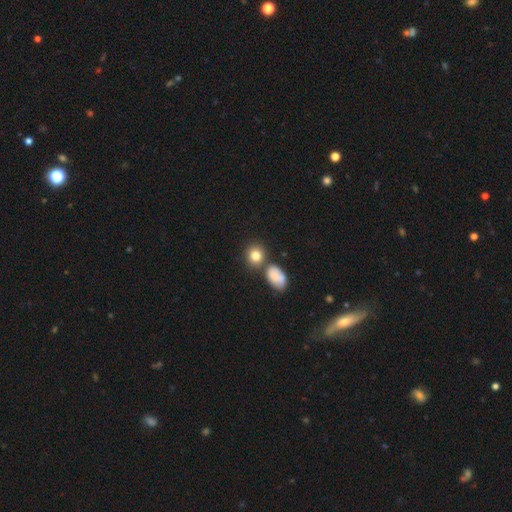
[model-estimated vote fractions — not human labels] smooth 82%, star or artifact 10%, featured or disk 8%. Down the decision tree: how rounded — round (72%); merging — none (65%).